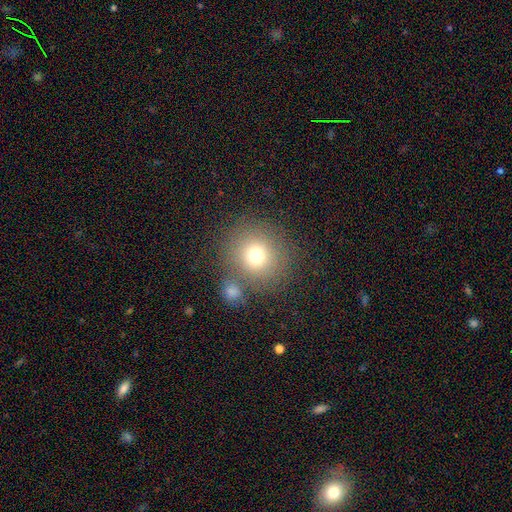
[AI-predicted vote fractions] Q: Smooth or featured?
A: smooth (73%); runner-up: star or artifact (14%)
Q: How rounded?
A: round (90%); runner-up: in between (9%)
Q: Merging?
A: none (71%); runner-up: merger (15%)